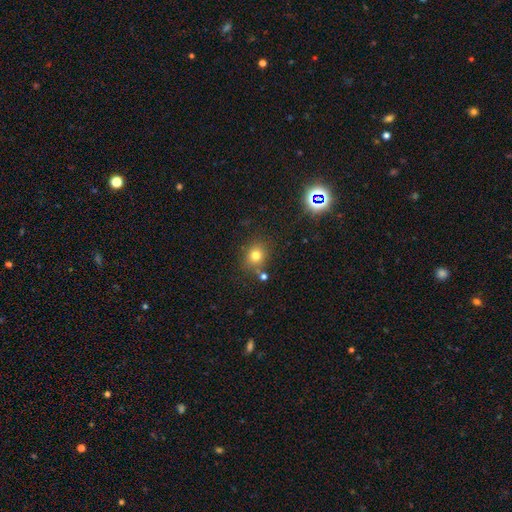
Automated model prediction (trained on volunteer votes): Smooth or featured?
  - smooth: 75% *
  - star or artifact: 16%
  - featured or disk: 9%
How rounded?
  - round: 74% *
  - in between: 25%
  - cigar-shaped: 1%
Merging?
  - none: 76% *
  - minor disturbance: 12%
  - merger: 8%
  - major disturbance: 4%